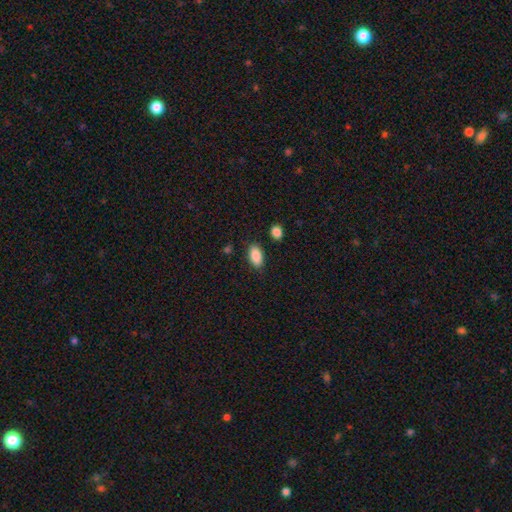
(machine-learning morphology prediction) The model was most divided on "merging": none: 84%, minor disturbance: 10%, merger: 3%, major disturbance: 3%. More confident: how rounded — in between (93%); smooth or featured — smooth (89%).